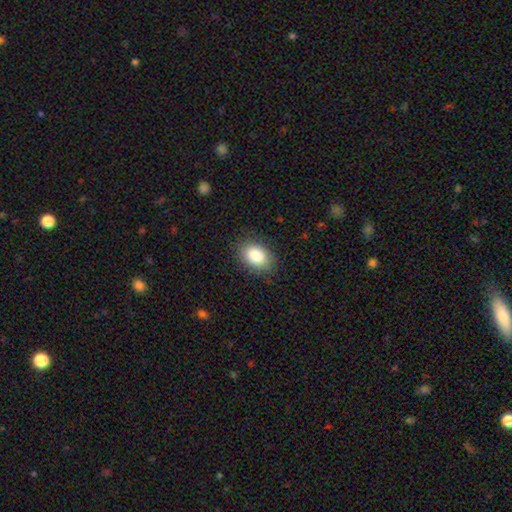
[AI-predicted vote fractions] Smooth or featured? Predicted: smooth (p=0.86). How rounded? Predicted: in between (p=0.83). Merging? Predicted: none (p=0.85).